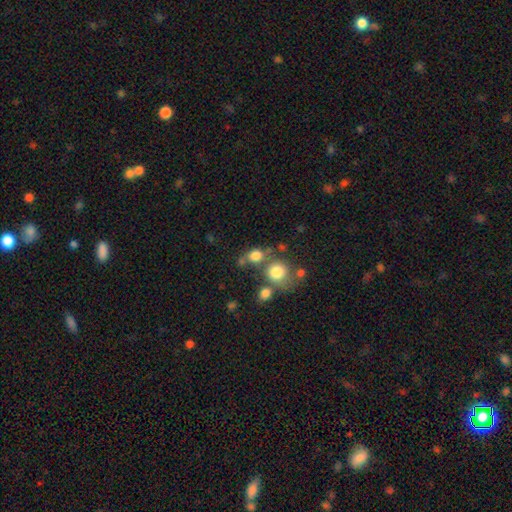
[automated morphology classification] smooth 77%, star or artifact 13%, featured or disk 11%. Down the decision tree: how rounded — round (69%); merging — none (49%).